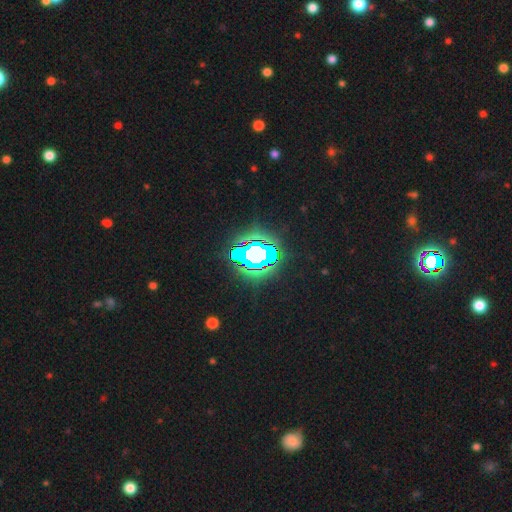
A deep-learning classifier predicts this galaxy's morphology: smooth_or_featured: star or artifact (p=0.65) [alt: smooth p=0.19]